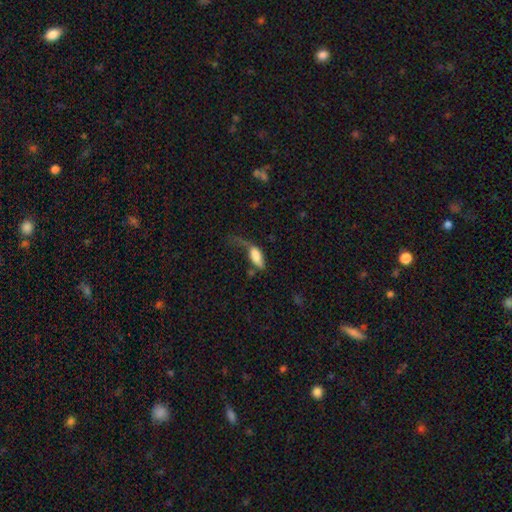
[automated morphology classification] This appears to be a smooth galaxy with no disk features (74%) that is in between round and cigar-shaped (81%). Merging: major disturbance (51%).